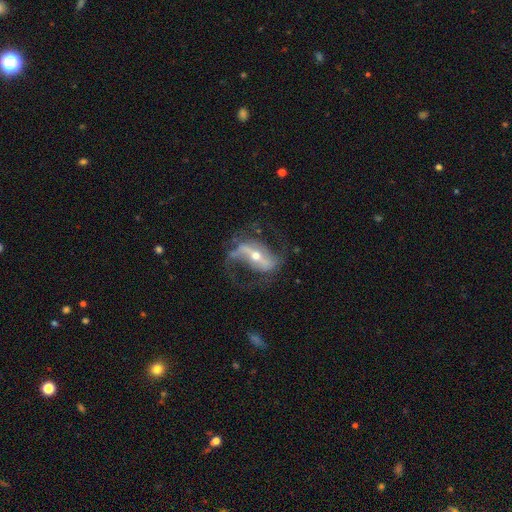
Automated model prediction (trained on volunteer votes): Smooth or featured? featured or disk (87%)
Edge-on disk? no (91%)
Bar? strong (65%)
Spiral arms? yes (90%)
Spiral winding? loose (52%)
Spiral arm count? 2 (87%)
Bulge size? moderate (53%)
Merging? none (61%)